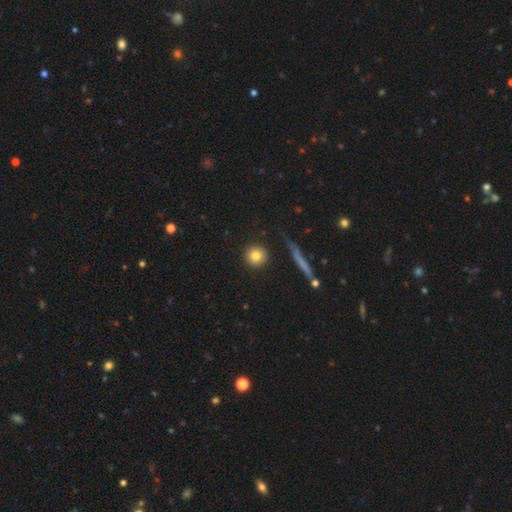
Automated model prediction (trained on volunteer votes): A smooth galaxy with no disk features (82%) that is round (94%). Merging: none (89%).